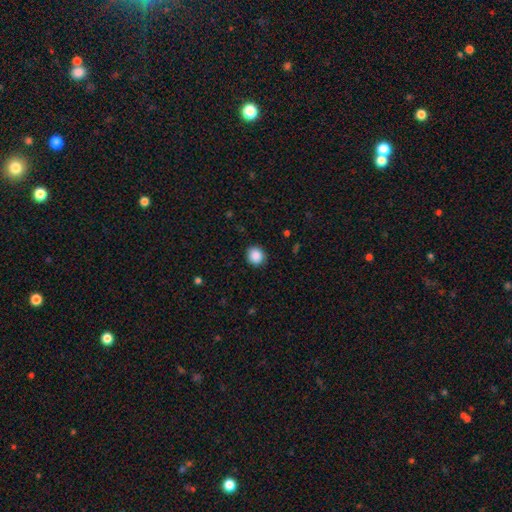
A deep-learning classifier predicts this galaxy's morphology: Smooth or featured?
  - smooth: 88% *
  - star or artifact: 9%
  - featured or disk: 3%
How rounded?
  - round: 81% *
  - in between: 18%
  - cigar-shaped: 1%
Merging?
  - none: 88% *
  - minor disturbance: 9%
  - major disturbance: 2%
  - merger: 1%